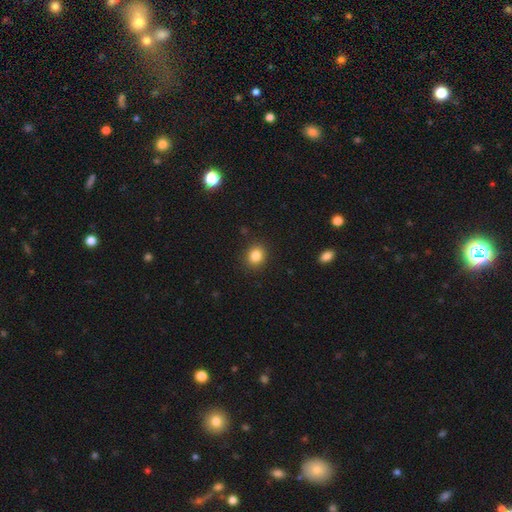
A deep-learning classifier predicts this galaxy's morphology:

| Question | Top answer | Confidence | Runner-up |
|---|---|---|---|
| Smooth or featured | smooth | 85% | star or artifact (10%) |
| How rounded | round | 65% | in between (34%) |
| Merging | none | 89% | minor disturbance (8%) |